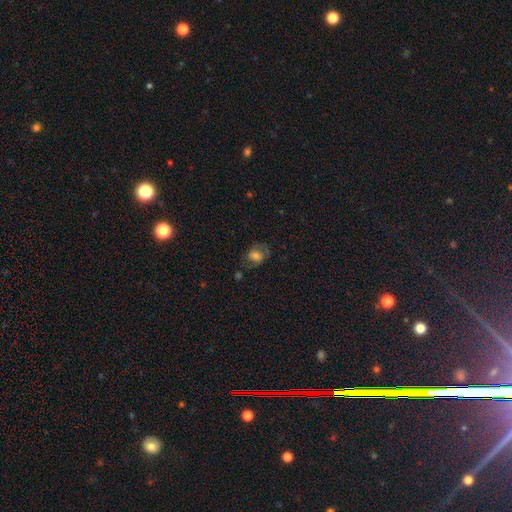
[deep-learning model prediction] Overall: smooth (59%; featured or disk 29%). How rounded: in between (59%; round 40%). Merging: none (56%; minor disturbance 24%).